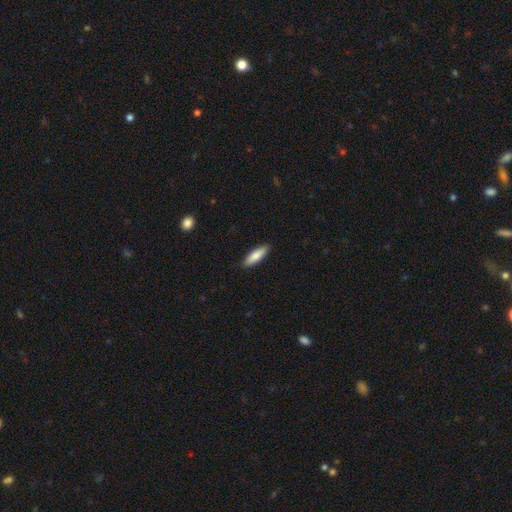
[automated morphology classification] Q: Smooth or featured?
A: smooth (83%); runner-up: featured or disk (12%)
Q: How rounded?
A: cigar-shaped (51%); runner-up: in between (48%)
Q: Merging?
A: none (89%); runner-up: minor disturbance (8%)